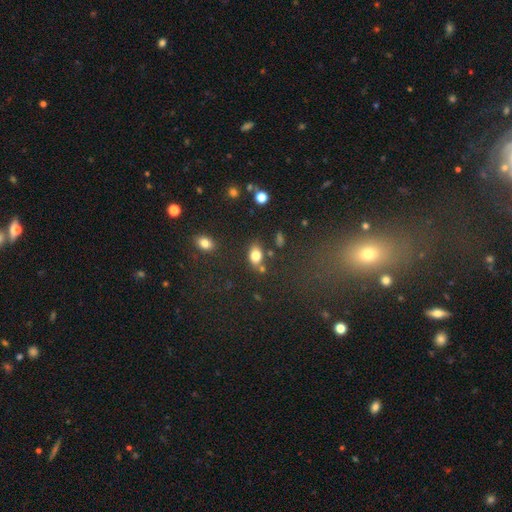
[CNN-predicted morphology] This appears to be a smooth galaxy with no disk features (81%) that is in between round and cigar-shaped (82%). Merging: none (69%).